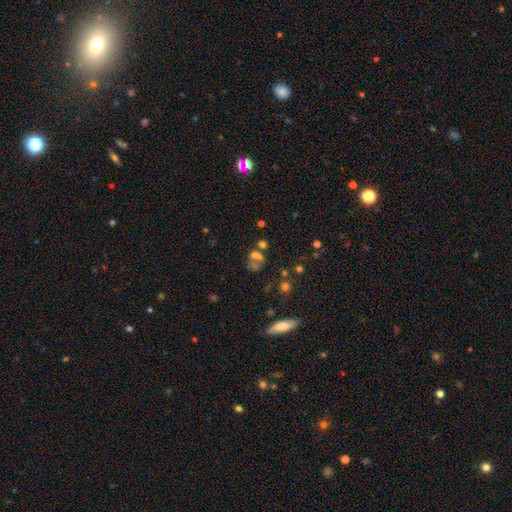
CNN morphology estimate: smooth_or_featured: smooth (p=0.51) [alt: featured or disk p=0.25]
how_rounded: round (p=0.52) [alt: in between p=0.46]
merging: merger (p=0.44) [alt: none p=0.32]